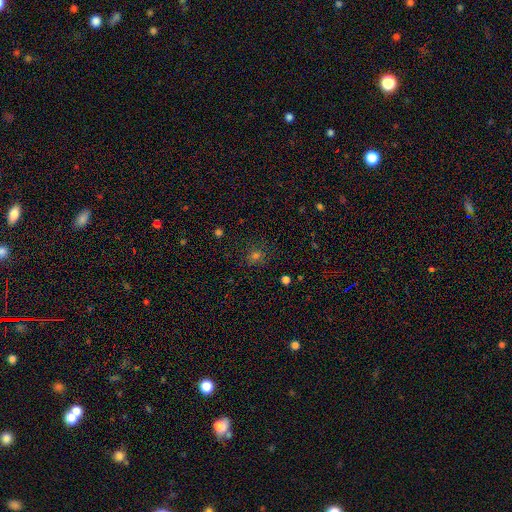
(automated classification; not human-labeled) Q: Smooth or featured?
A: smooth (64%); runner-up: star or artifact (29%)
Q: How rounded?
A: round (83%); runner-up: in between (16%)
Q: Merging?
A: none (85%); runner-up: minor disturbance (10%)